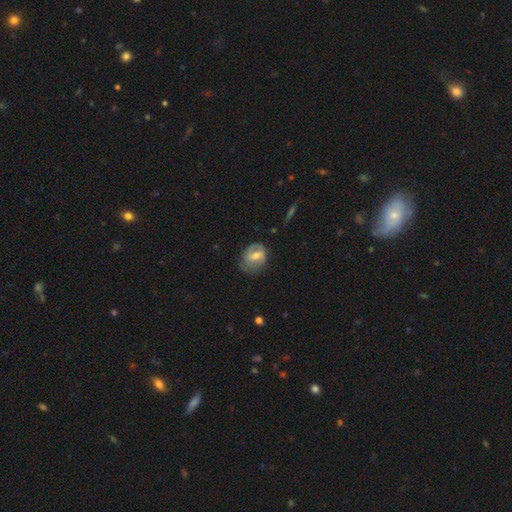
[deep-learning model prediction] This appears to be a smooth galaxy with no disk features (48%). Merging: none (53%).